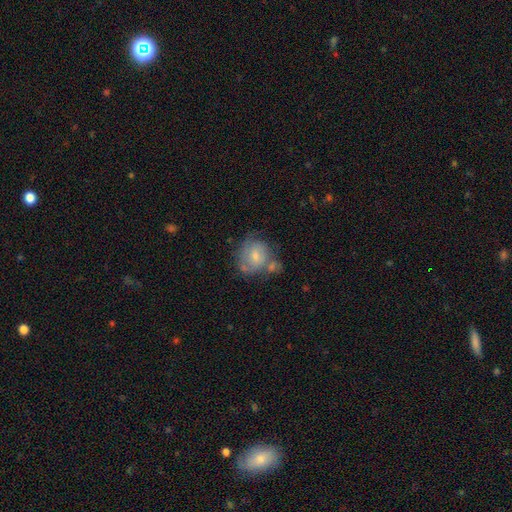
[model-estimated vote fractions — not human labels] Smooth or featured?
  - featured or disk: 47% *
  - smooth: 46%
  - star or artifact: 7%
Merging?
  - none: 37% *
  - merger: 27%
  - minor disturbance: 23%
  - major disturbance: 14%